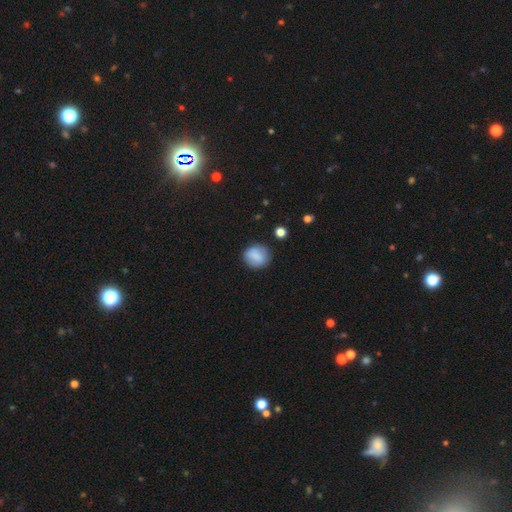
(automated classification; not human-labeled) Smooth or featured? smooth (81%)
How rounded? round (75%)
Merging? none (81%)